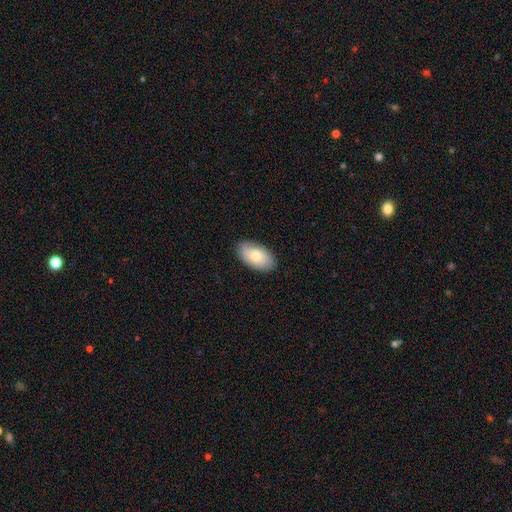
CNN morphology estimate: smooth 74%, featured or disk 20%, star or artifact 6%. Down the decision tree: how rounded — in between (94%); merging — none (87%).